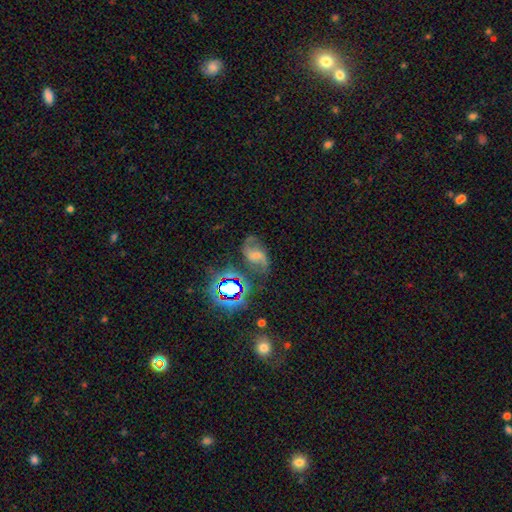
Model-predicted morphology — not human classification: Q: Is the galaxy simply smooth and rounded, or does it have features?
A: featured or disk — 64%.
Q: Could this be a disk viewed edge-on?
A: no — 96%.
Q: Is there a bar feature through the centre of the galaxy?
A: weak — 46%.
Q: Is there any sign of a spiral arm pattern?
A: yes — 93%.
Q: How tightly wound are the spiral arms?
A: medium — 44%.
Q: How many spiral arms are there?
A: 2 — 88%.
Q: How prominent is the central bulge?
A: small — 40%.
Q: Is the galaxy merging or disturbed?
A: none — 66%.